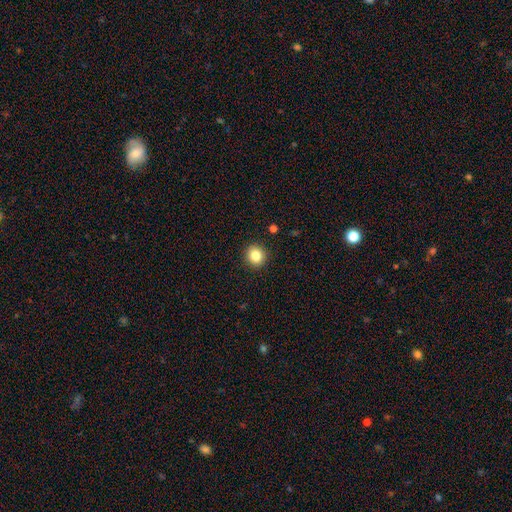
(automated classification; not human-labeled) Smooth or featured? smooth (84%)
How rounded? round (90%)
Merging? none (92%)